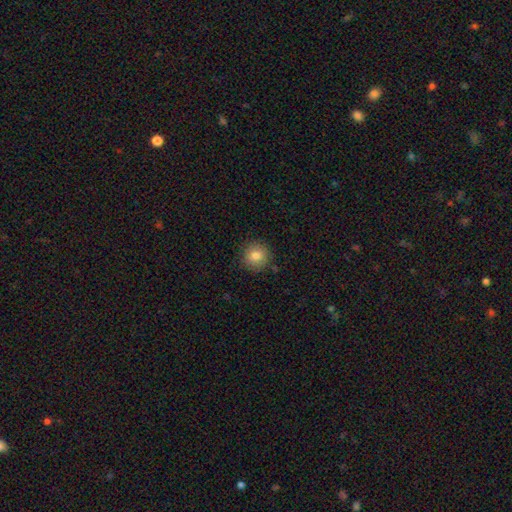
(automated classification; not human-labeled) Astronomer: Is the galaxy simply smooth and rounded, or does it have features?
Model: smooth — 82%.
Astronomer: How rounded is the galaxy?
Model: round — 92%.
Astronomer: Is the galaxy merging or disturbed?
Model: none — 89%.